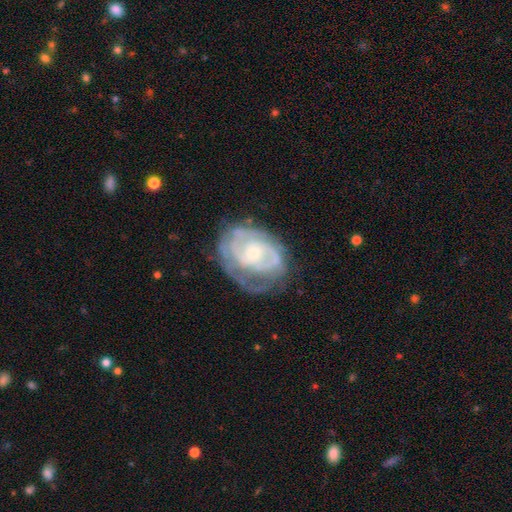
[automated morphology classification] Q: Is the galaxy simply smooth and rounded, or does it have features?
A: featured or disk — 77%.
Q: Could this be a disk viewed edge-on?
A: no — 97%.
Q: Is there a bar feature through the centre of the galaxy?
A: no — 70%.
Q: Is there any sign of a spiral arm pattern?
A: yes — 83%.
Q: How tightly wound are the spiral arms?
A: tight — 67%.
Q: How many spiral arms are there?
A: can't tell — 48%.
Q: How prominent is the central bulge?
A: small — 63%.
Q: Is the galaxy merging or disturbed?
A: none — 62%.